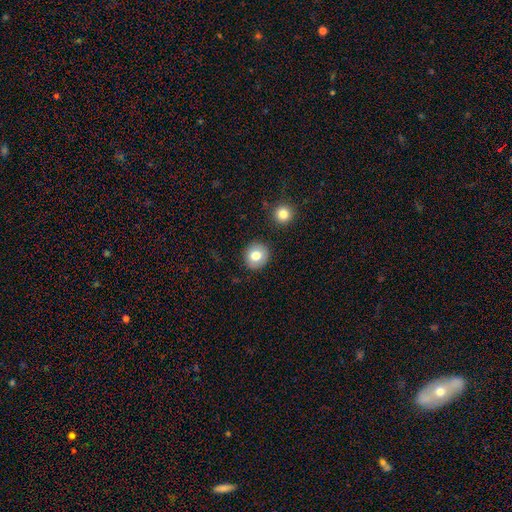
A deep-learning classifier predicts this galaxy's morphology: The model was most divided on "smooth or featured": smooth: 78%, featured or disk: 12%, star or artifact: 10%. More confident: how rounded — round (91%); merging — none (88%).